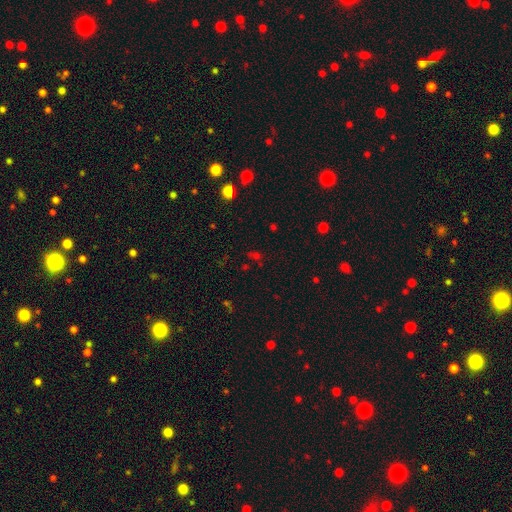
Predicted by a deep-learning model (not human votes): A star or artifact, not a galaxy (53%).

Vote fractions:
- Smooth or featured? star or artifact: 53% / smooth: 39% / featured or disk: 8%